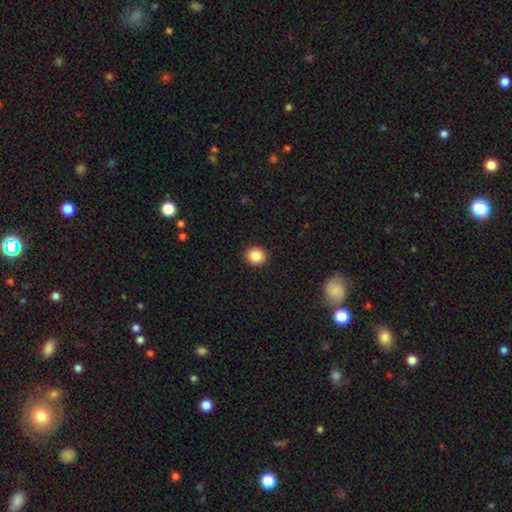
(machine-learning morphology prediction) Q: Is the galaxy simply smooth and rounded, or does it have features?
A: smooth — 87%.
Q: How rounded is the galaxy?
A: round — 89%.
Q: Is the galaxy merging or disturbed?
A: none — 93%.